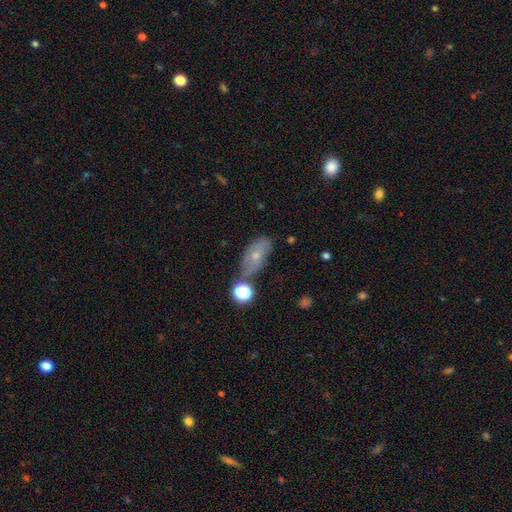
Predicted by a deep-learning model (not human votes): A smooth galaxy with no disk features (56%) that is in between round and cigar-shaped (84%).

Vote fractions:
- Smooth or featured? smooth: 56% / featured or disk: 32% / star or artifact: 12%
- How rounded? in between: 84% / round: 10% / cigar-shaped: 6%
- Merging? none: 55% / minor disturbance: 24% / merger: 11% / major disturbance: 9%